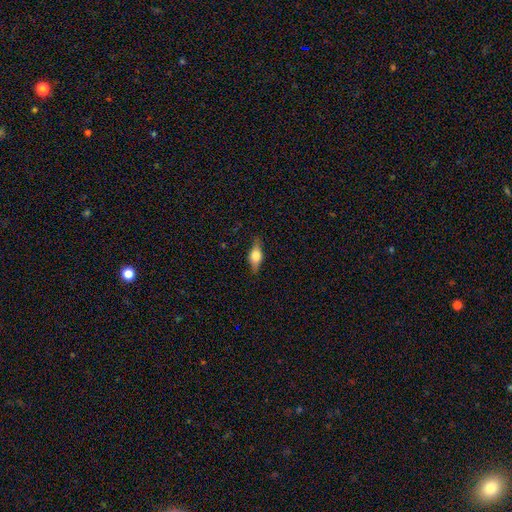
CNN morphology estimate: smooth-or-featured: smooth: 54% | featured or disk: 38% | star or artifact: 7%
  how-rounded: in between: 71% | cigar-shaped: 22% | round: 7%
  merging: none: 81% | minor disturbance: 15% | major disturbance: 4% | merger: 1%